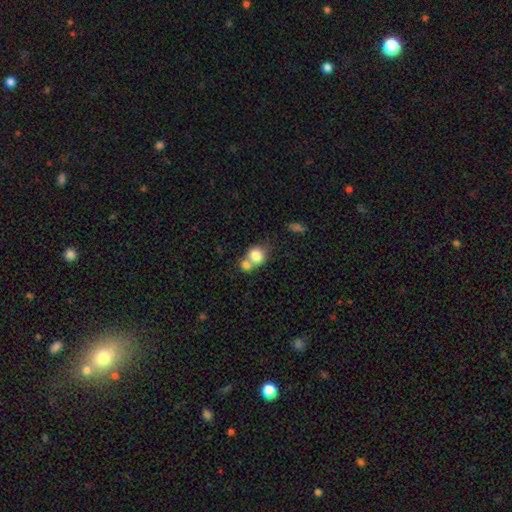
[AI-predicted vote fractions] Q: Smooth or featured?
A: smooth (79%); runner-up: featured or disk (12%)
Q: How rounded?
A: round (72%); runner-up: in between (27%)
Q: Merging?
A: merger (59%); runner-up: none (31%)